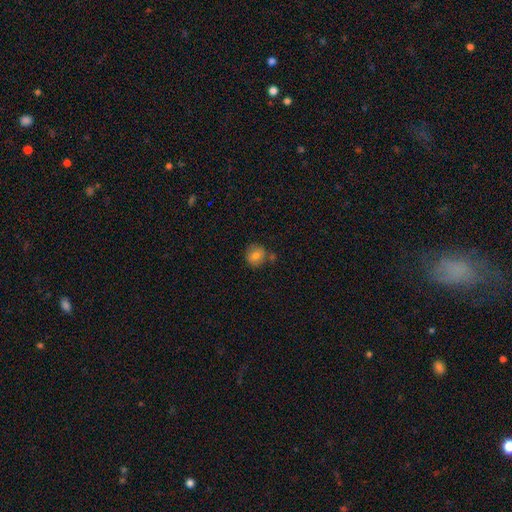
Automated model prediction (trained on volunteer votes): This appears to be a smooth galaxy with no disk features (80%) that is round (83%). Merging: none (70%).